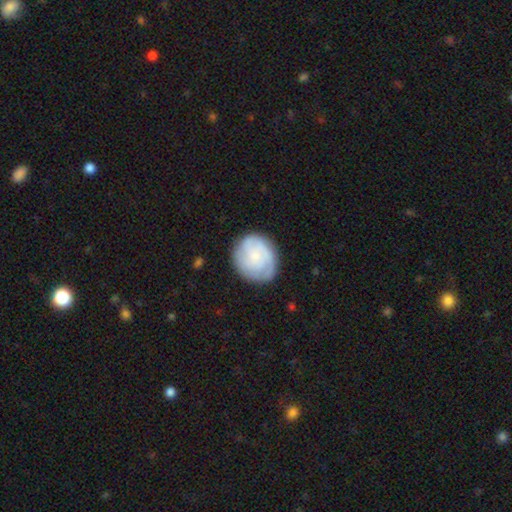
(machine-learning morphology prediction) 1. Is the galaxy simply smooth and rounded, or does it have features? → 48% smooth, 45% featured or disk, 7% star or artifact.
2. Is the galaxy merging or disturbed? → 75% none, 18% minor disturbance, 6% major disturbance, 1% merger.